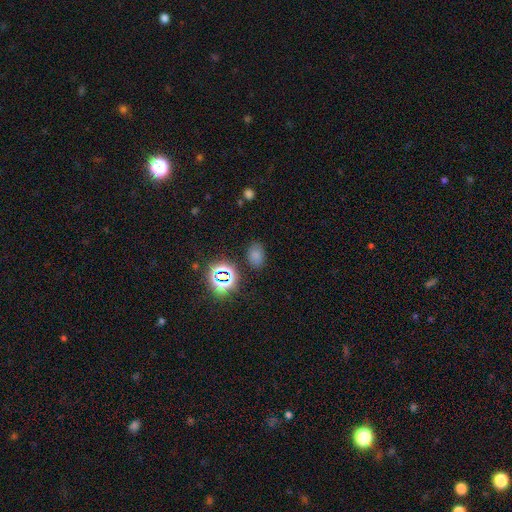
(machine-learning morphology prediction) Q: Smooth or featured?
A: smooth (68%); runner-up: star or artifact (26%)
Q: How rounded?
A: in between (77%); runner-up: round (22%)
Q: Merging?
A: none (80%); runner-up: minor disturbance (12%)